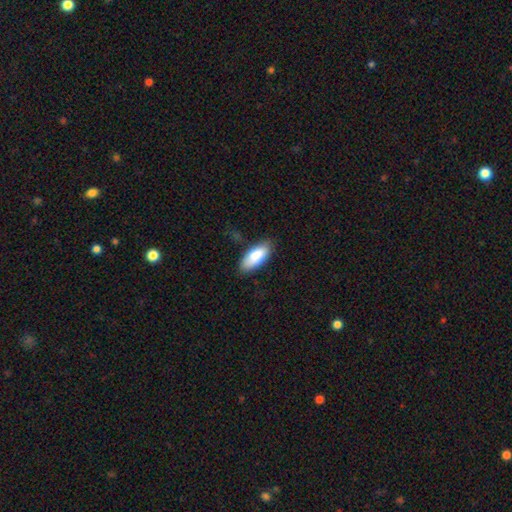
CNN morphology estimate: Smooth or featured? Predicted: smooth (p=0.85). How rounded? Predicted: in between (p=0.84). Merging? Predicted: none (p=0.81).